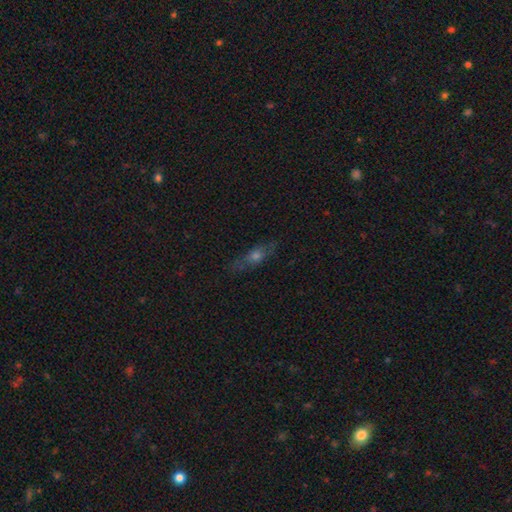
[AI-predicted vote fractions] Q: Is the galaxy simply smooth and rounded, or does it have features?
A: featured or disk — 46%.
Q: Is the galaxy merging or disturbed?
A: none — 77%.